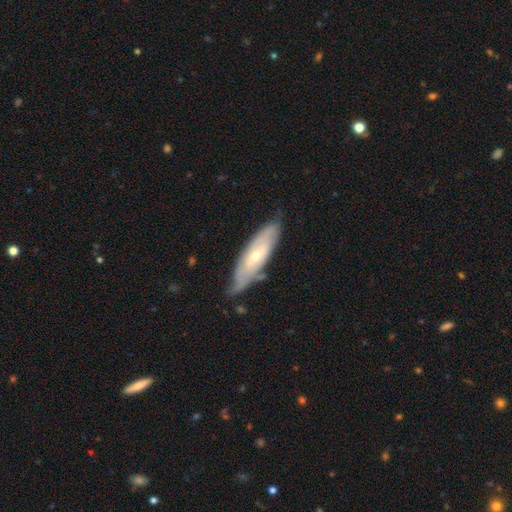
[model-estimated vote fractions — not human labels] A featured or disk galaxy (59%). Merging: none (70%).